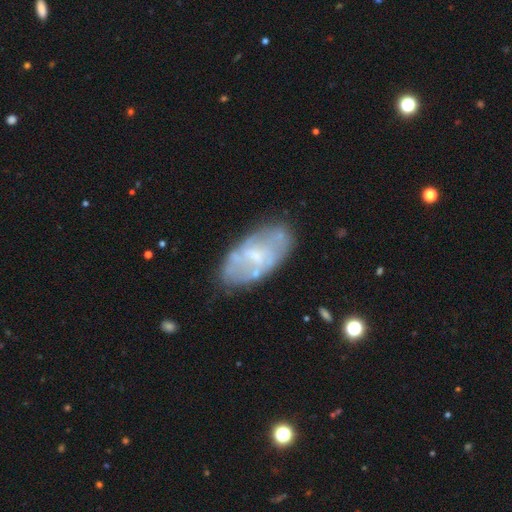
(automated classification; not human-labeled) Smooth or featured? Predicted: featured or disk (p=0.58). Edge-on disk? Predicted: no (p=0.93). Bar? Predicted: no (p=0.48). Spiral arms? Predicted: no (p=0.61). Bulge size? Predicted: small (p=0.42). Merging? Predicted: none (p=0.66).